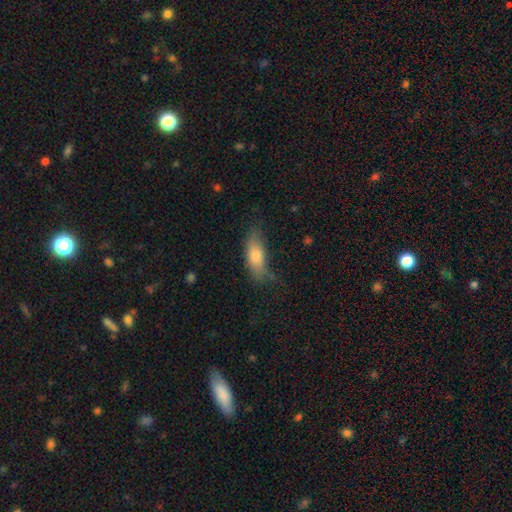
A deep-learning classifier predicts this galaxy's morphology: smooth 76%, featured or disk 16%, star or artifact 7%. Down the decision tree: how rounded — in between (72%); merging — none (57%).